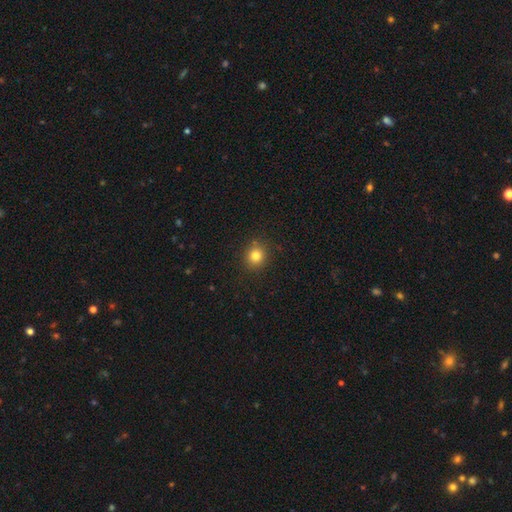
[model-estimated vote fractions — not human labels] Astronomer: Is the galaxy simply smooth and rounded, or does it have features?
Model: smooth — 81%.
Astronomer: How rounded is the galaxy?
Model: round — 86%.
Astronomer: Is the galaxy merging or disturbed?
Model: none — 88%.